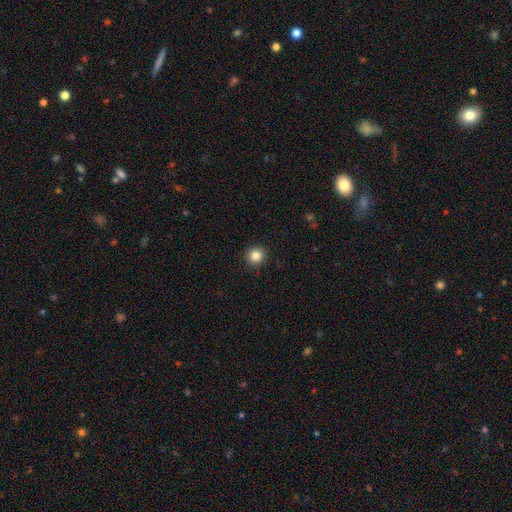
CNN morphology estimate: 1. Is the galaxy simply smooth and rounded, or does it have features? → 84% smooth, 11% star or artifact, 5% featured or disk.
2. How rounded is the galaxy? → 94% round, 5% in between, 1% cigar-shaped.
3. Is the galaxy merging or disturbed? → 92% none, 5% minor disturbance, 2% major disturbance, 1% merger.